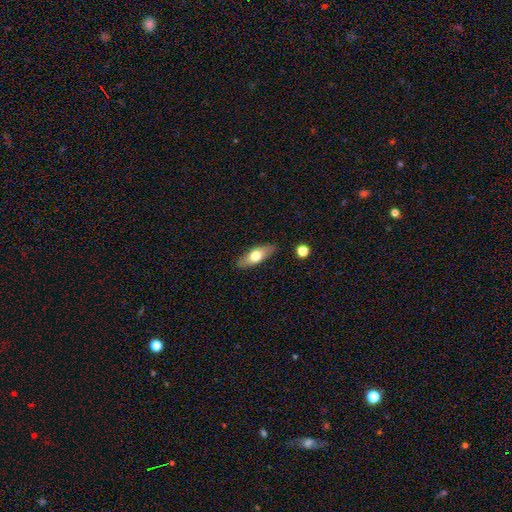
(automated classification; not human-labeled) Morphology: type=smooth (62%); roundness=in between (71%); merging=none (84%).